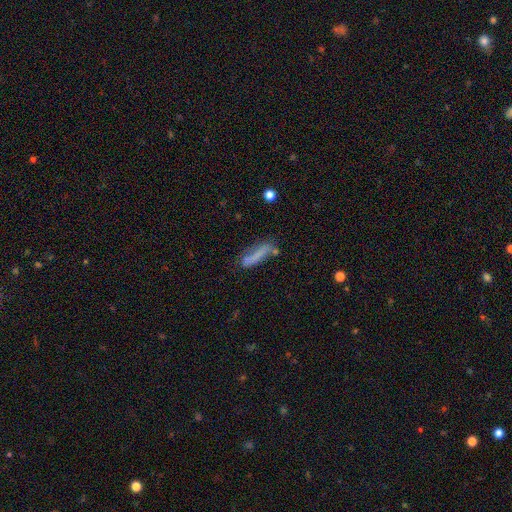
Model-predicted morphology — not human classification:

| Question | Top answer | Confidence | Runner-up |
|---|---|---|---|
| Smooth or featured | smooth | 66% | featured or disk (25%) |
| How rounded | cigar-shaped | 79% | in between (19%) |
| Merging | none | 57% | minor disturbance (25%) |